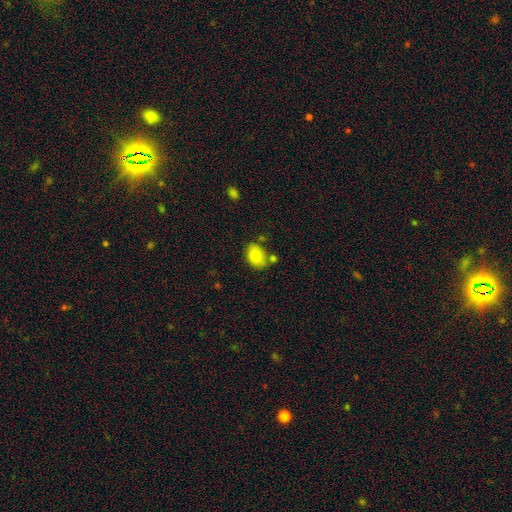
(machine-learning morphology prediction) A smooth galaxy with no disk features (85%) that is in between round and cigar-shaped (79%).

Vote fractions:
- Smooth or featured? smooth: 85% / star or artifact: 8% / featured or disk: 7%
- How rounded? in between: 79% / round: 19% / cigar-shaped: 1%
- Merging? none: 67% / minor disturbance: 17% / merger: 11% / major disturbance: 4%